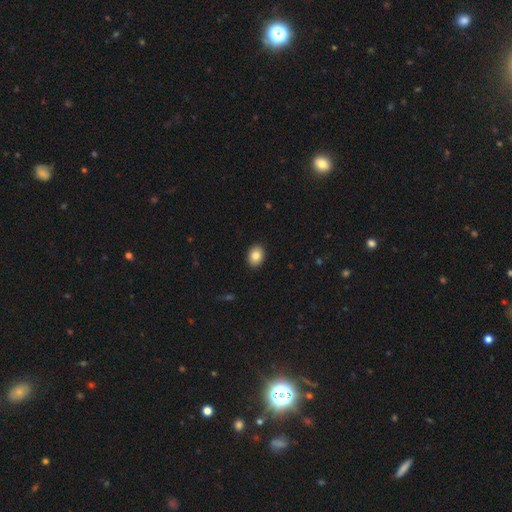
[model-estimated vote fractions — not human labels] smooth-or-featured: smooth: 85% | star or artifact: 8% | featured or disk: 7%
  how-rounded: in between: 69% | round: 30% | cigar-shaped: 1%
  merging: none: 91% | minor disturbance: 6% | major disturbance: 2% | merger: 1%